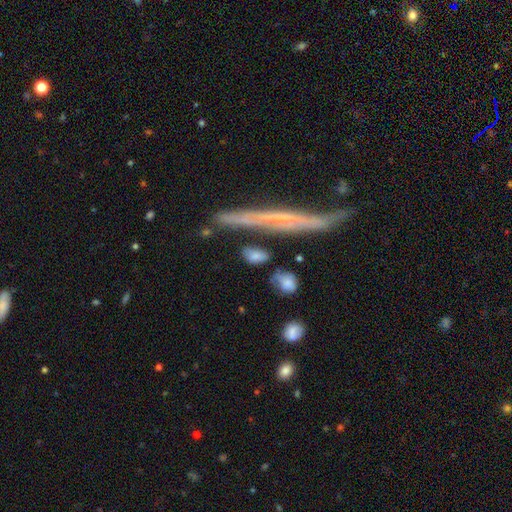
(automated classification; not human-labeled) Q: Smooth or featured?
A: smooth (70%); runner-up: featured or disk (22%)
Q: How rounded?
A: in between (73%); runner-up: cigar-shaped (17%)
Q: Merging?
A: none (66%); runner-up: minor disturbance (20%)